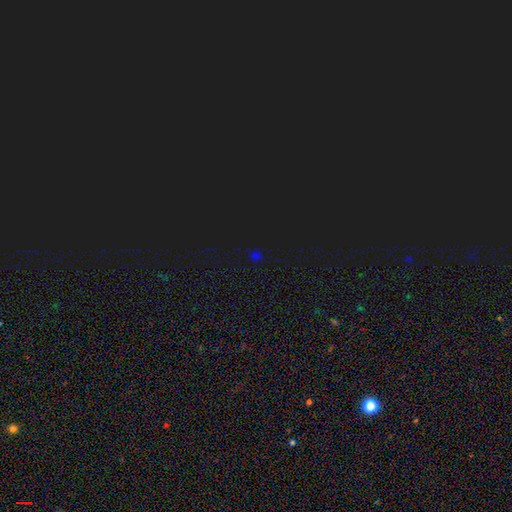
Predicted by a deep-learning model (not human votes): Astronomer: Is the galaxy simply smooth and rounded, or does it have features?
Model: star or artifact — 63%.